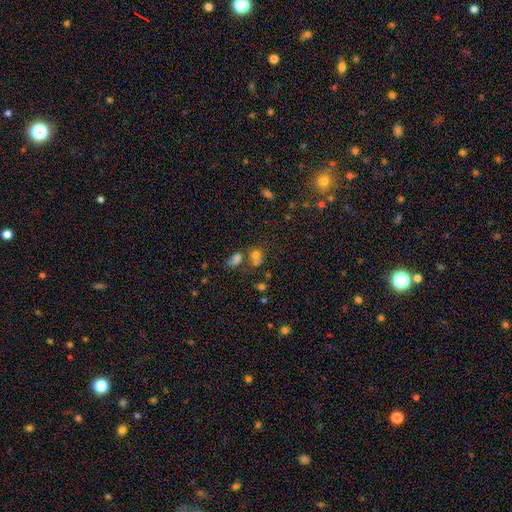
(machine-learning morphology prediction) Overall: smooth (67%). How rounded: round (55%; in between 43%). Merging: merger (41%; none 40%).